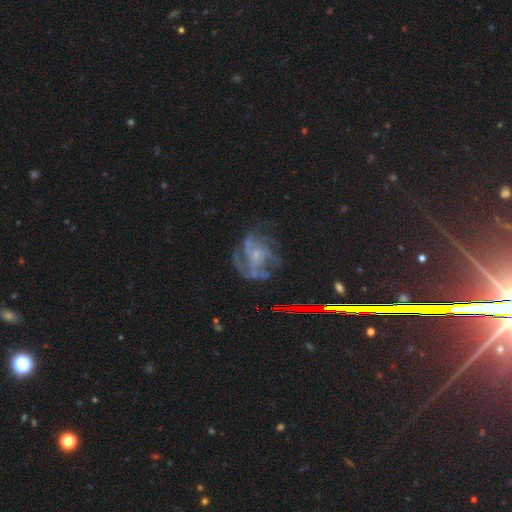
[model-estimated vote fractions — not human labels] Overall: featured or disk (77%). Edge-on disk: no (97%). Bar: no (68%). Spiral arms: yes (87%). Spiral arm count: can't tell (29%; 3 28%). Spiral winding: medium (44%; tight 36%). Bulge size: small (58%; none 20%). Merging: none (58%; major disturbance 21%).